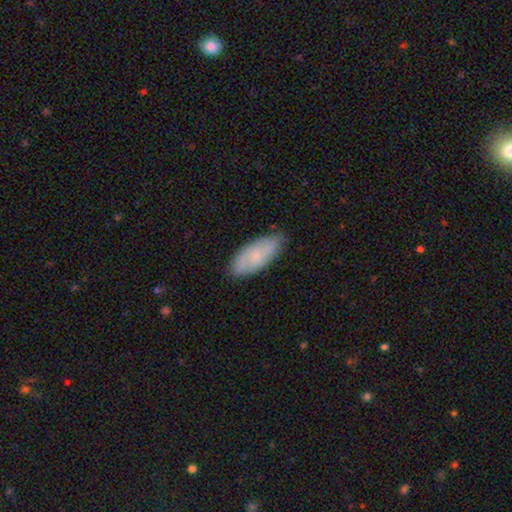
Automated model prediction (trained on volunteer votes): Smooth or featured? Predicted: smooth (p=0.70). How rounded? Predicted: in between (p=0.84). Merging? Predicted: none (p=0.80).